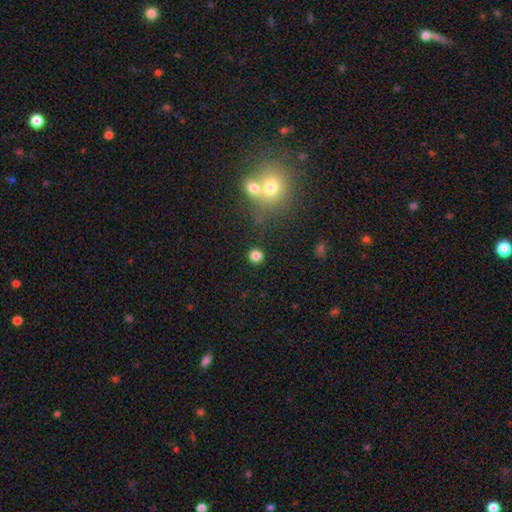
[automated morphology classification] smooth-or-featured: smooth: 81% | star or artifact: 14% | featured or disk: 5%
  how-rounded: round: 92% | in between: 7% | cigar-shaped: 1%
  merging: none: 88% | minor disturbance: 6% | merger: 4% | major disturbance: 2%